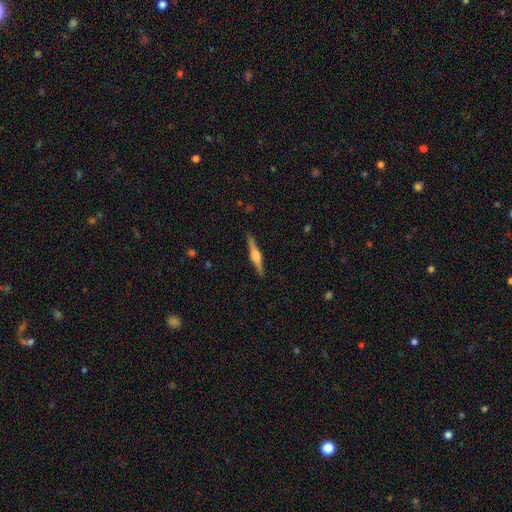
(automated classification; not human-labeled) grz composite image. It shows a featured or disk galaxy (74%) viewed edge-on (98%) with a rounded central bulge (87%). Merging: none (90%).